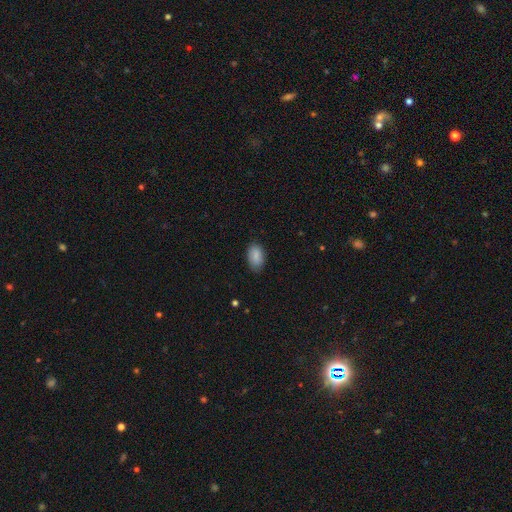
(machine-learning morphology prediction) A smooth galaxy with no disk features (86%) that is in between round and cigar-shaped (92%).

Vote fractions:
- Smooth or featured? smooth: 86% / featured or disk: 7% / star or artifact: 7%
- How rounded? in between: 92% / round: 6% / cigar-shaped: 2%
- Merging? none: 79% / minor disturbance: 17% / major disturbance: 3% / merger: 1%